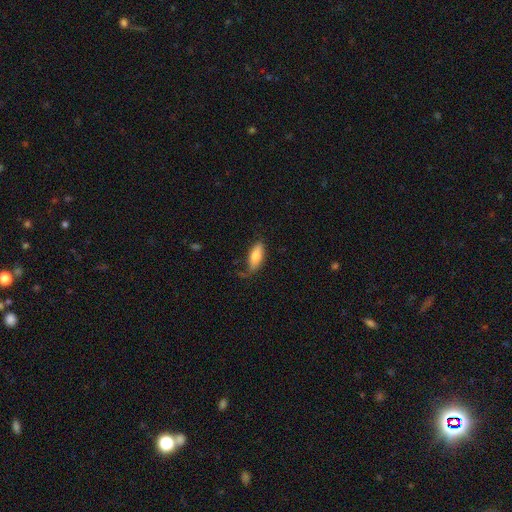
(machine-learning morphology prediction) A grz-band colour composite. It shows a smooth galaxy with no disk features (78%) that is in between round and cigar-shaped (79%). Merging: none (67%).